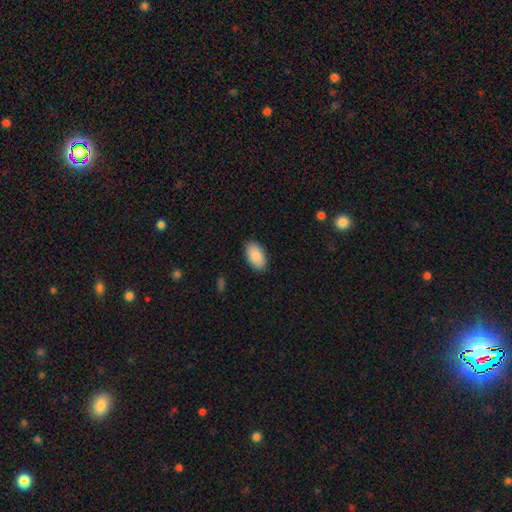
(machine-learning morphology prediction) Smooth or featured? Predicted: smooth (p=0.89). How rounded? Predicted: in between (p=0.95). Merging? Predicted: none (p=0.88).